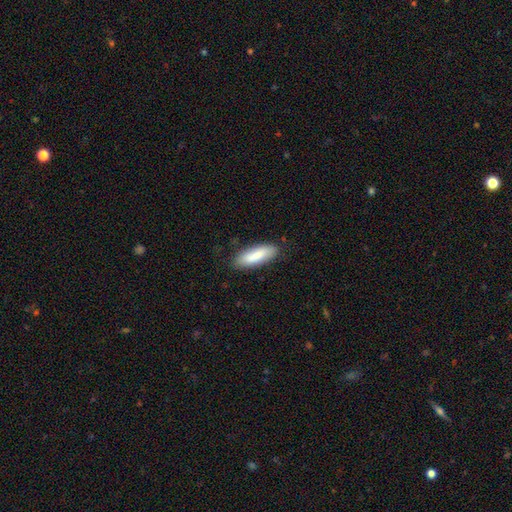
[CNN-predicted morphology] Smooth or featured: smooth — 82% (featured or disk — 12%)
How rounded: in between — 58% (cigar-shaped — 41%)
Merging: none — 82% (minor disturbance — 14%)